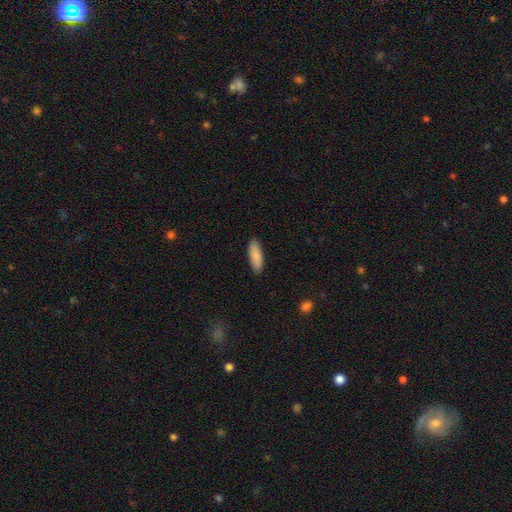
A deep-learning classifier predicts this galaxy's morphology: smooth-or-featured: smooth: 88% | featured or disk: 6% | star or artifact: 6%
  how-rounded: in between: 64% | cigar-shaped: 35% | round: 2%
  merging: none: 89% | minor disturbance: 9% | major disturbance: 2% | merger: 1%